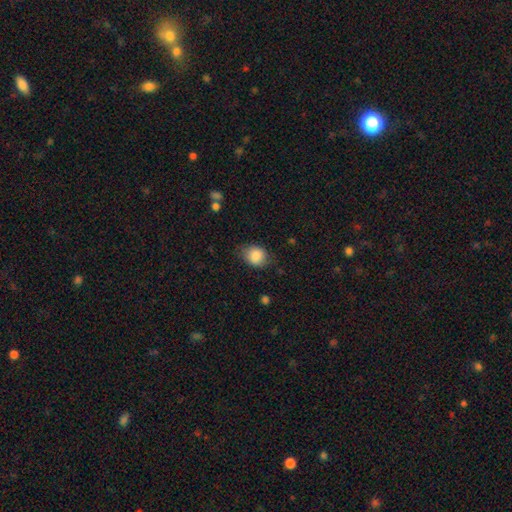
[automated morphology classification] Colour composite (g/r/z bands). It shows a smooth galaxy with no disk features (85%) that is round (56%). Merging: none (71%).